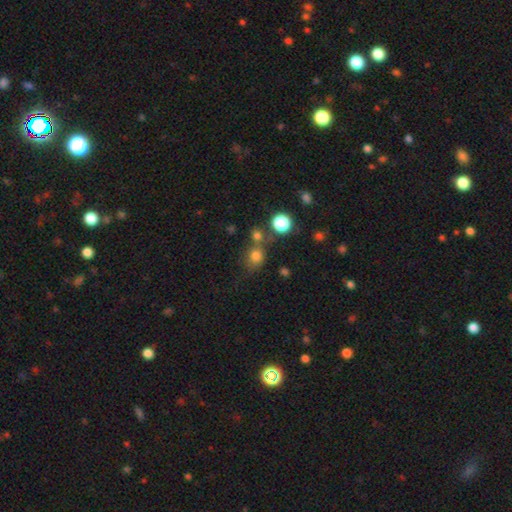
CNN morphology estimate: A smooth galaxy with no disk features (75%) that is round (74%).

Vote fractions:
- Smooth or featured? smooth: 75% / star or artifact: 17% / featured or disk: 7%
- How rounded? round: 74% / in between: 25% / cigar-shaped: 1%
- Merging? none: 59% / merger: 22% / minor disturbance: 13% / major disturbance: 6%